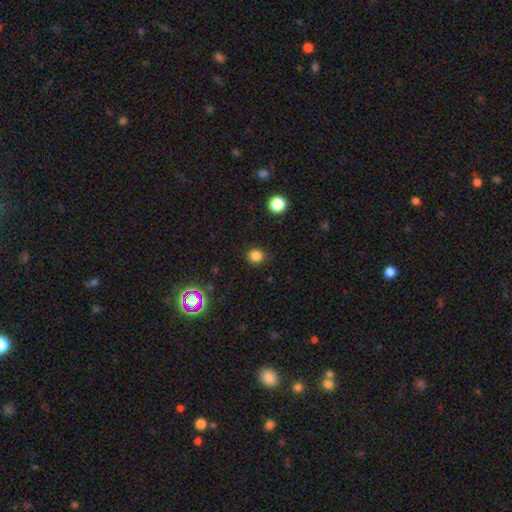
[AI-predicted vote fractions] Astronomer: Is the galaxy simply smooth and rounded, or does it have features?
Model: smooth — 82%.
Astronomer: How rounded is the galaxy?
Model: round — 86%.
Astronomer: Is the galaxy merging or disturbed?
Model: none — 89%.